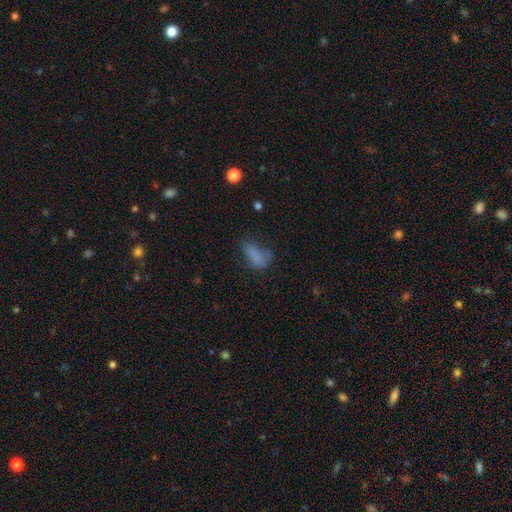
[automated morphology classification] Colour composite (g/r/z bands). It shows a smooth galaxy with no disk features (72%) that is in between round and cigar-shaped (82%). Merging: none (39%).